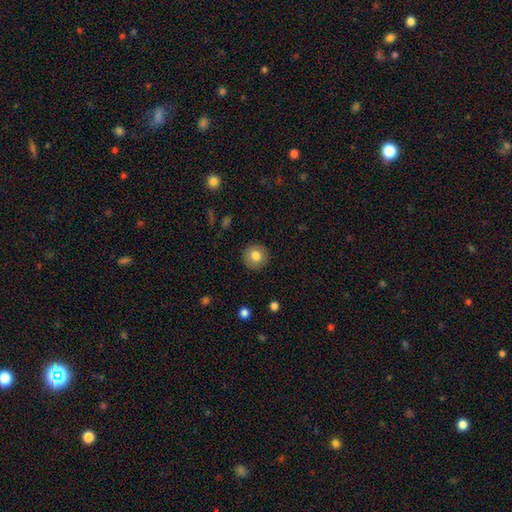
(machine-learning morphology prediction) A smooth galaxy with no disk features (80%) that is round (94%). Merging: none (90%).